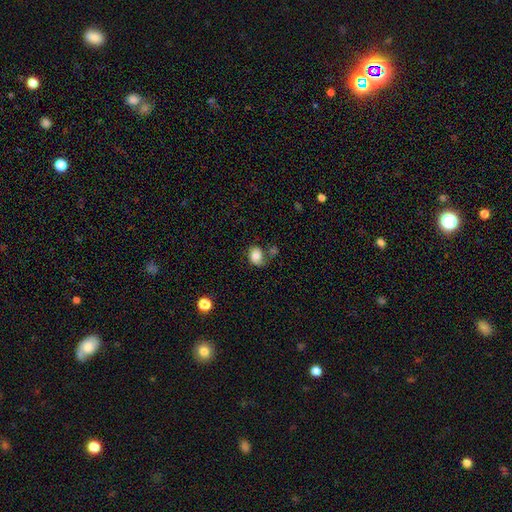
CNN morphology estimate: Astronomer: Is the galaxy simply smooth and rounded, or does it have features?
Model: smooth — 76%.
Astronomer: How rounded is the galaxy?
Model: round — 53% (runner-up: in between, 46%).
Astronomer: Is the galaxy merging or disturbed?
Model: none — 49% (runner-up: minor disturbance, 25%).